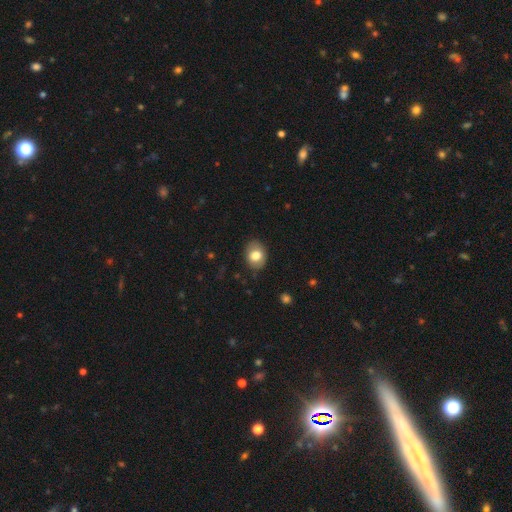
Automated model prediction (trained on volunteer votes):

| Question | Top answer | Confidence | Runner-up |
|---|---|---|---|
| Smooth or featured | smooth | 79% | featured or disk (13%) |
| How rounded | in between | 62% | round (37%) |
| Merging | none | 82% | minor disturbance (14%) |